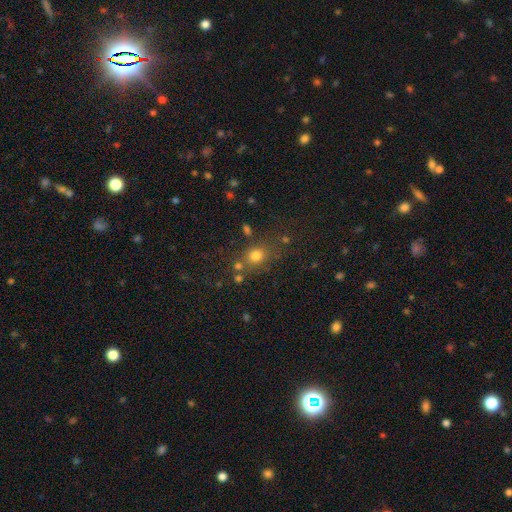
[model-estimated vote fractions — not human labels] This appears to be a smooth galaxy with no disk features (73%) that is round (64%). Merging: none (66%).